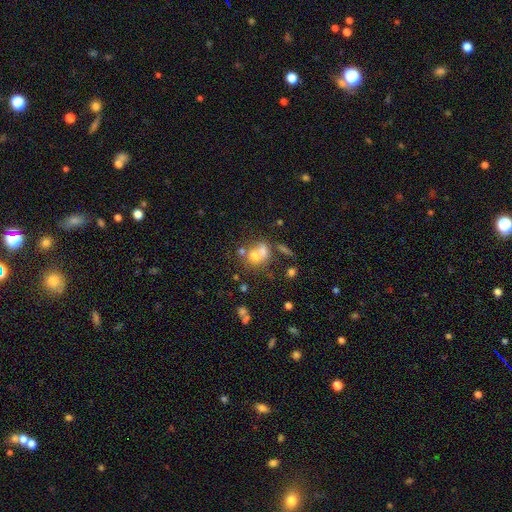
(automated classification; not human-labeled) smooth_or_featured: smooth (p=0.60) [alt: featured or disk p=0.24]
how_rounded: round (p=0.53) [alt: in between p=0.45]
merging: merger (p=0.52) [alt: none p=0.28]